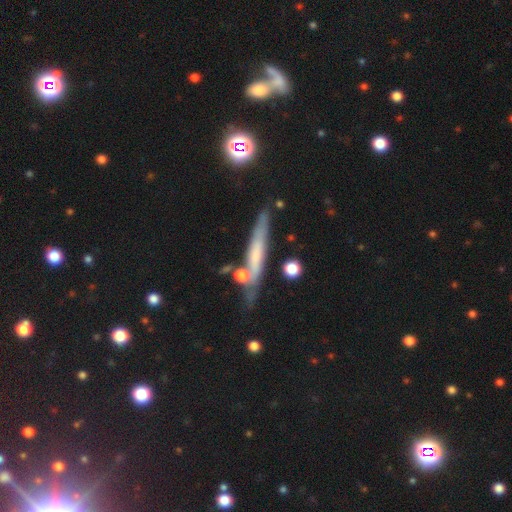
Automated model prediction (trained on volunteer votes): Smooth or featured: featured or disk — 47% (smooth — 44%)
Merging: none — 68% (minor disturbance — 18%)